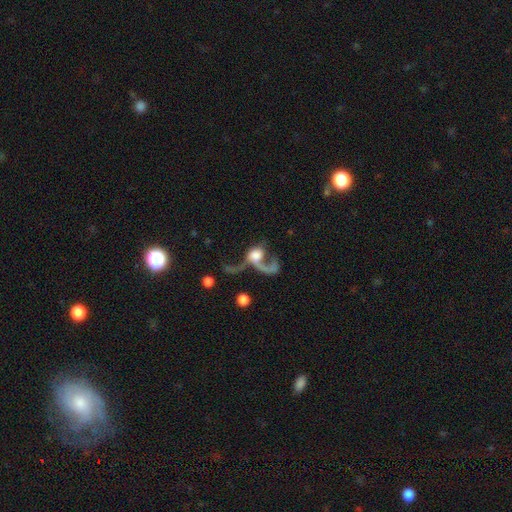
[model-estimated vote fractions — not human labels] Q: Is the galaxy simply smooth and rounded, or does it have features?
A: featured or disk — 51%.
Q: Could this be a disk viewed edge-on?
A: no — 93%.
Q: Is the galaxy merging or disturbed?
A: major disturbance — 53%.